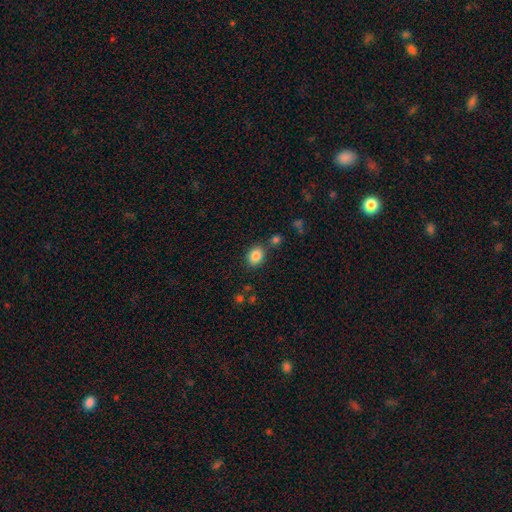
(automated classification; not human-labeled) Smooth or featured? smooth (85%)
How rounded? in between (57%)
Merging? none (76%)